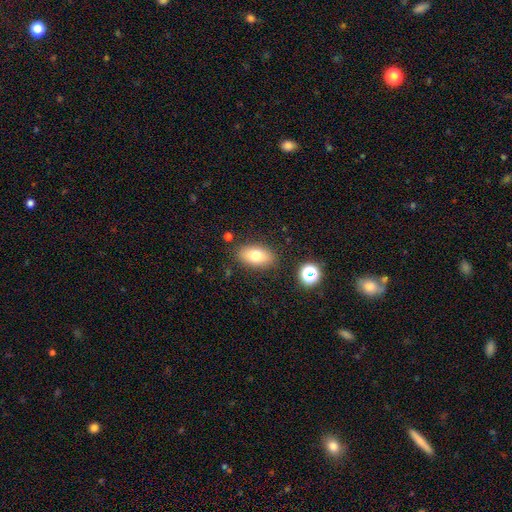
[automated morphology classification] This is likely a smooth galaxy (76%). How rounded: clearly in between (89%). Merging: clearly none (85%).